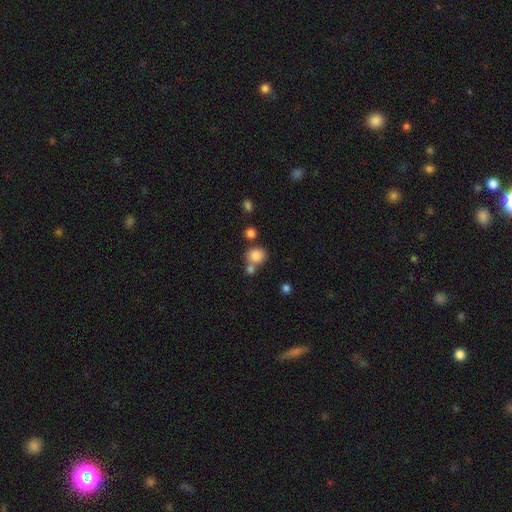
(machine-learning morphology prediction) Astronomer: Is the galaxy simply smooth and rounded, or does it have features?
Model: smooth — 83%.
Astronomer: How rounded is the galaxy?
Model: round — 75%.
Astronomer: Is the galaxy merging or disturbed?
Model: none — 56%.